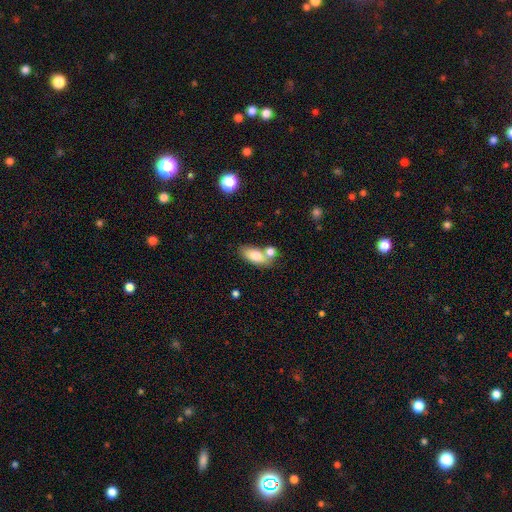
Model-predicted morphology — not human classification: smooth_or_featured: smooth (p=0.78) [alt: featured or disk p=0.15]
how_rounded: in between (p=0.83) [alt: cigar-shaped p=0.12]
merging: none (p=0.54) [alt: merger p=0.30]